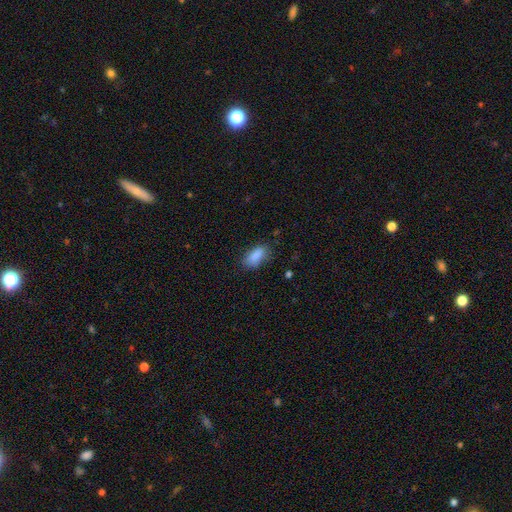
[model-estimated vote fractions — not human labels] A smooth galaxy with no disk features (87%) that is in between round and cigar-shaped (88%).

Vote fractions:
- Smooth or featured? smooth: 87% / star or artifact: 8% / featured or disk: 5%
- How rounded? in between: 88% / cigar-shaped: 8% / round: 4%
- Merging? none: 74% / minor disturbance: 19% / major disturbance: 5% / merger: 2%